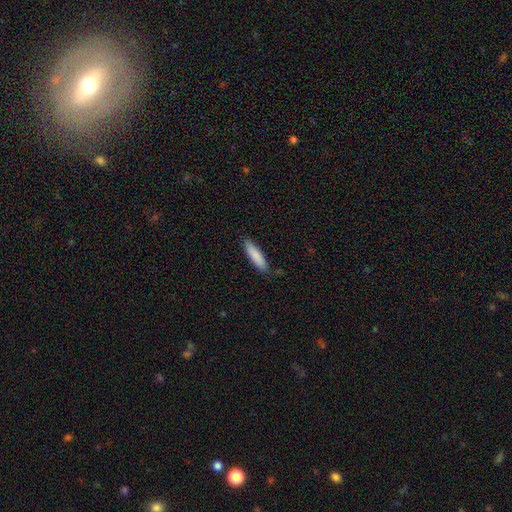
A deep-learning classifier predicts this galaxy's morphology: This is clearly a smooth galaxy (86%). How rounded: likely cigar-shaped (72%). Merging: clearly none (85%).